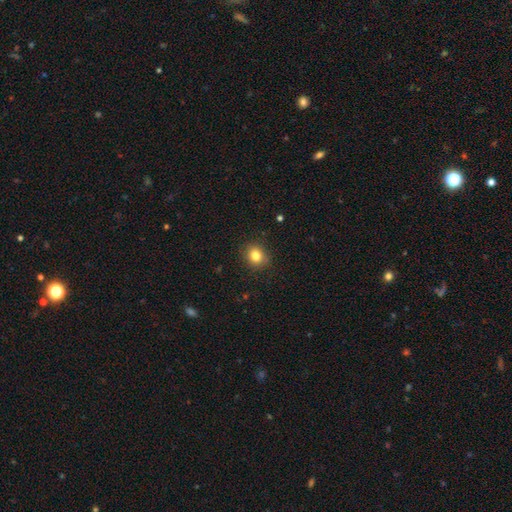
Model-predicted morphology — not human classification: This is clearly a smooth galaxy (82%). How rounded: likely round (74%). Merging: clearly none (88%).